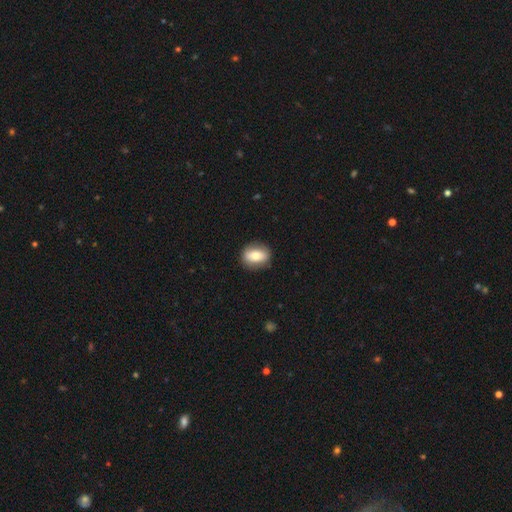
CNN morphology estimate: This appears to be a smooth galaxy with no disk features (70%) that is in between round and cigar-shaped (65%). Merging: none (84%).